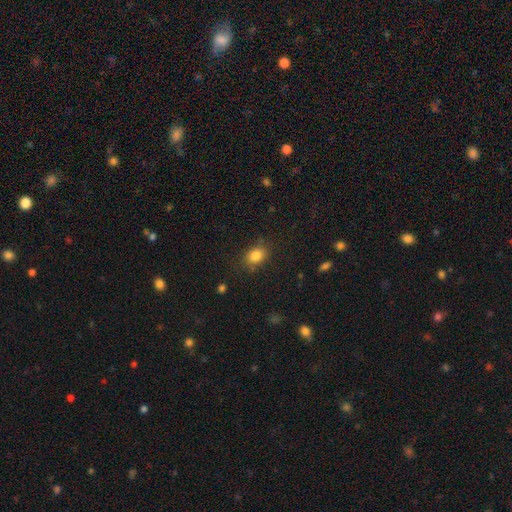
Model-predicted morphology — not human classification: smooth_or_featured: smooth (p=0.84) [alt: star or artifact p=0.10]
how_rounded: in between (p=0.59) [alt: round p=0.40]
merging: none (p=0.79) [alt: minor disturbance p=0.15]